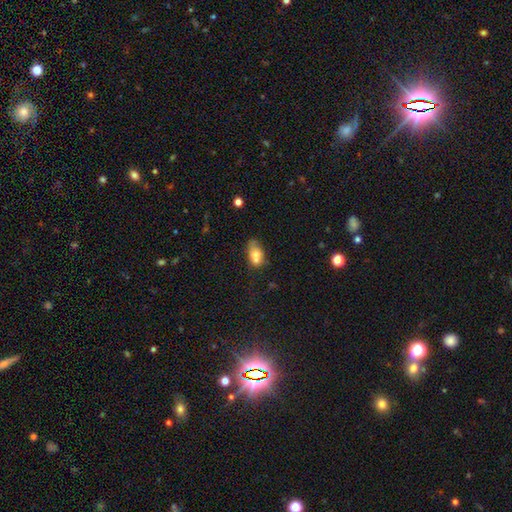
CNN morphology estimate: Smooth or featured?
  - smooth: 67% *
  - featured or disk: 23%
  - star or artifact: 10%
How rounded?
  - in between: 79% *
  - round: 19%
  - cigar-shaped: 3%
Merging?
  - merger: 42% *
  - none: 31%
  - minor disturbance: 18%
  - major disturbance: 9%